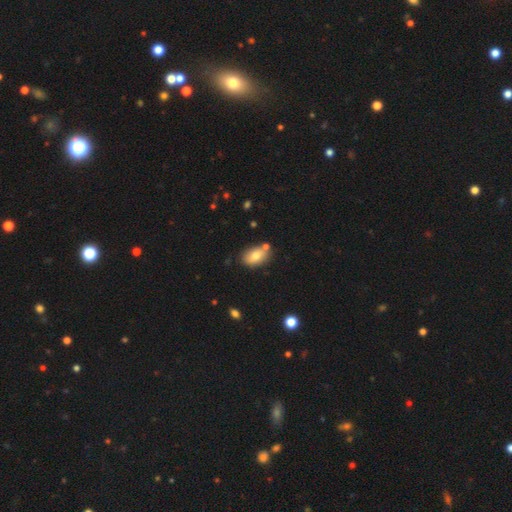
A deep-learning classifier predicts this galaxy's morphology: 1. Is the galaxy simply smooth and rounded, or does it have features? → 77% smooth, 15% featured or disk, 8% star or artifact.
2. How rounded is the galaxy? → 89% in between, 9% round, 2% cigar-shaped.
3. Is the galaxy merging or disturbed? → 72% none, 15% minor disturbance, 10% merger, 3% major disturbance.